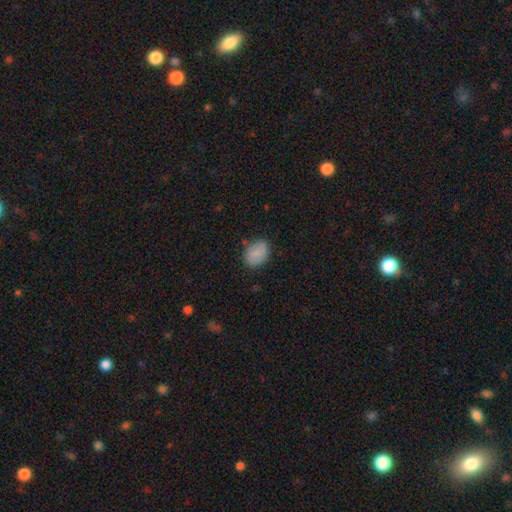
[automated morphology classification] This is clearly a smooth galaxy (83%). How rounded: likely in between (74%). Merging: likely none (80%).